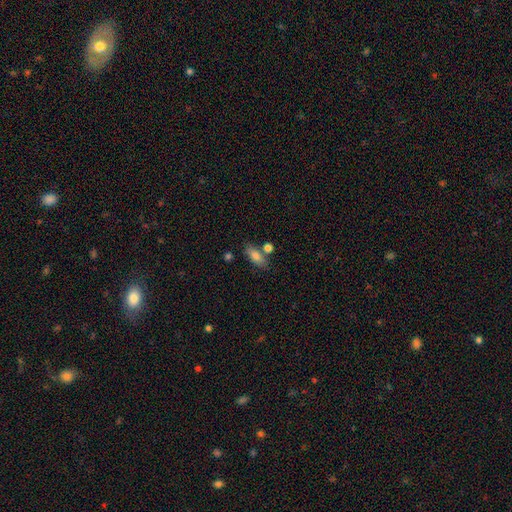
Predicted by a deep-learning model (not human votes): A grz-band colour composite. It shows a smooth galaxy with no disk features (79%) that is in between round and cigar-shaped (77%). Merging: none (68%).